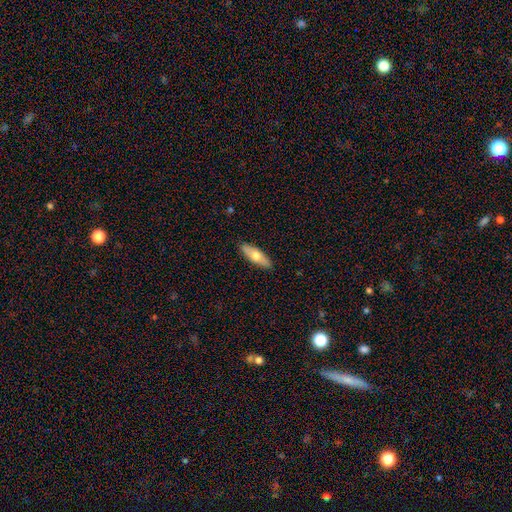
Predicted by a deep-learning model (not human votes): A smooth galaxy with no disk features (63%) that is in between round and cigar-shaped (52%). Merging: none (89%).